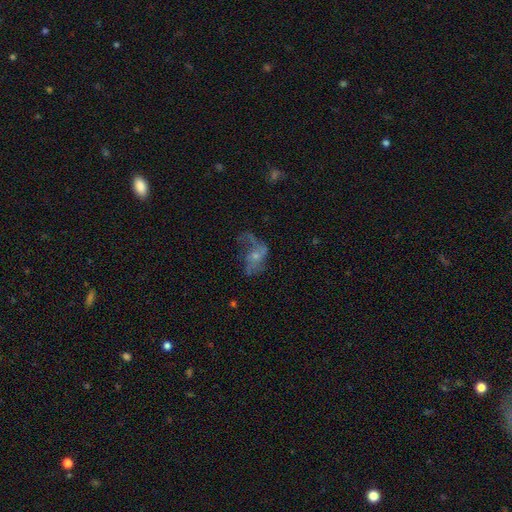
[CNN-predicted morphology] This appears to be a featured or disk galaxy (66%) with no bar (74%), spiral arms (72%) and a small central bulge (63%). Merging: major disturbance (40%).